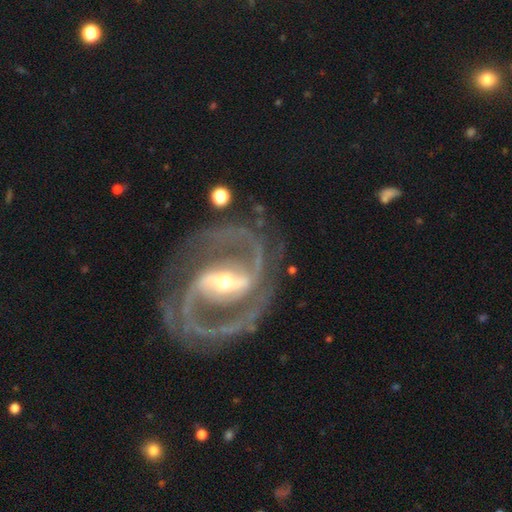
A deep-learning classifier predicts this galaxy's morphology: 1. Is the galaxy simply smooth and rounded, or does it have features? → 92% featured or disk, 5% star or artifact, 3% smooth.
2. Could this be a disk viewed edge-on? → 97% no, 3% yes.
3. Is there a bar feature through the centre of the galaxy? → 66% strong, 25% weak, 9% no.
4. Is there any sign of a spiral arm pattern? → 98% yes, 2% no.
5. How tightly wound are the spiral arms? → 53% medium, 37% tight, 9% loose.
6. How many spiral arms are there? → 89% 2, 4% 3, 3% can't tell, 2% 1, 2% 4, 1% more than 4.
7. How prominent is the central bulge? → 49% small, 45% moderate, 4% large, 1% none, 1% dominant.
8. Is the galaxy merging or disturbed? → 76% none, 14% minor disturbance, 8% major disturbance, 2% merger.